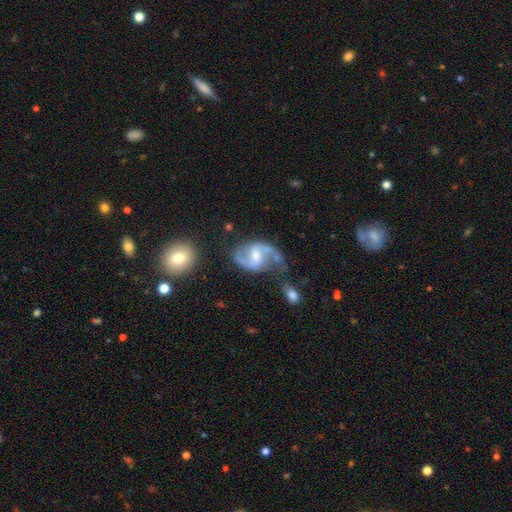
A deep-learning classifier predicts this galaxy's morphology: This is clearly a featured or disk galaxy (88%). It is clearly not viewed edge-on (98%). Bar: possibly weak (57%). Spiral arm pattern: clearly yes (96%). Spiral arm count: clearly 2 (92%). Spiral winding: possibly medium (48%). Central bulge: possibly moderate (50%). Merging: possibly none (54%).